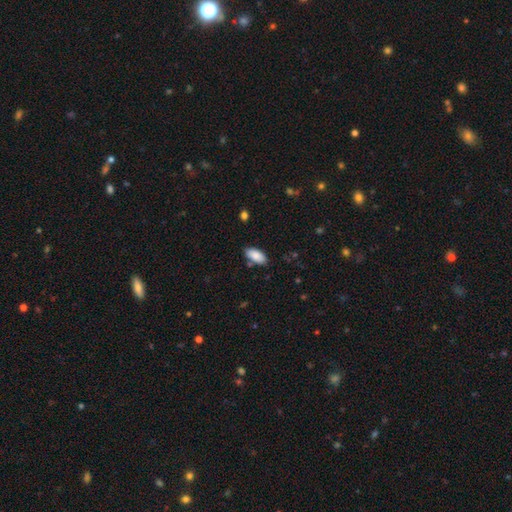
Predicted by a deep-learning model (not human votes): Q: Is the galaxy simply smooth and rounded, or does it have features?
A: smooth — 87%.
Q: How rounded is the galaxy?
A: in between — 93%.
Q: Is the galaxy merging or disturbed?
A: none — 81%.